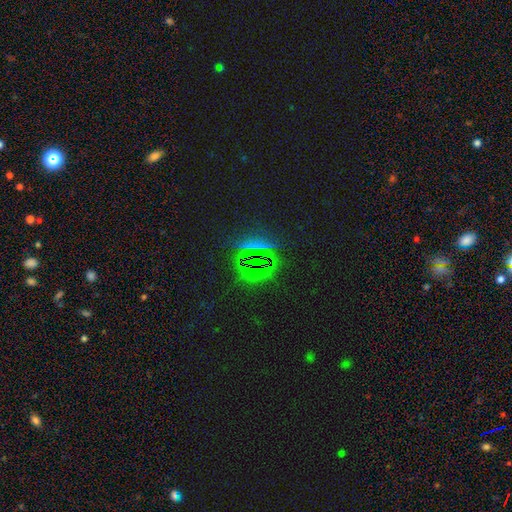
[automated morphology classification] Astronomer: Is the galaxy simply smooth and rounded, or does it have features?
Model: star or artifact — 76%.